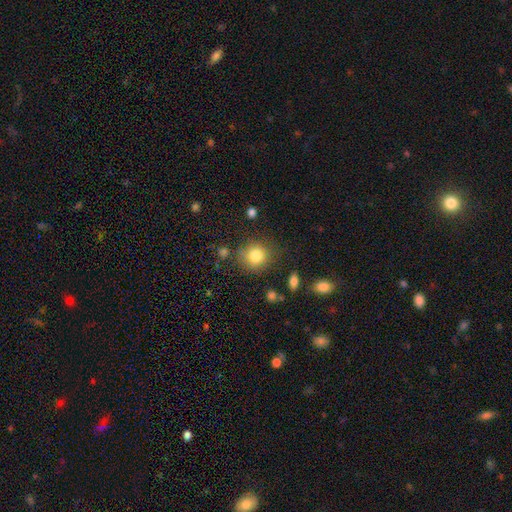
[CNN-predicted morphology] Smooth or featured?
  - smooth: 83% *
  - star or artifact: 10%
  - featured or disk: 7%
How rounded?
  - round: 86% *
  - in between: 13%
  - cigar-shaped: 1%
Merging?
  - none: 79% *
  - minor disturbance: 12%
  - major disturbance: 4%
  - merger: 4%